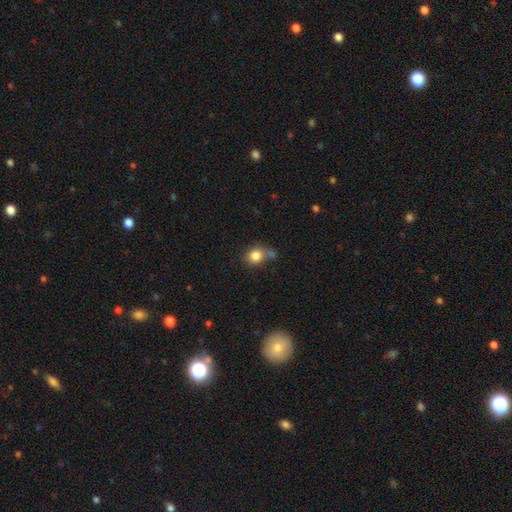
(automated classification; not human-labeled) Smooth or featured?
  - smooth: 82% *
  - star or artifact: 10%
  - featured or disk: 8%
How rounded?
  - round: 70% *
  - in between: 29%
  - cigar-shaped: 1%
Merging?
  - none: 56% *
  - merger: 19%
  - minor disturbance: 18%
  - major disturbance: 6%